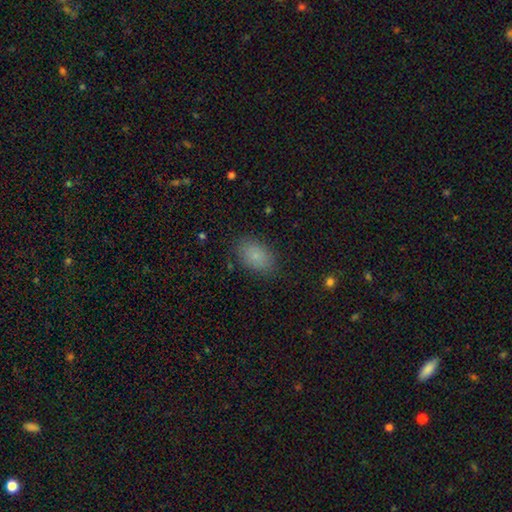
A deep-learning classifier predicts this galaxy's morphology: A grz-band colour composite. It shows a smooth galaxy with no disk features (83%) that is in between round and cigar-shaped (89%). Merging: none (84%).